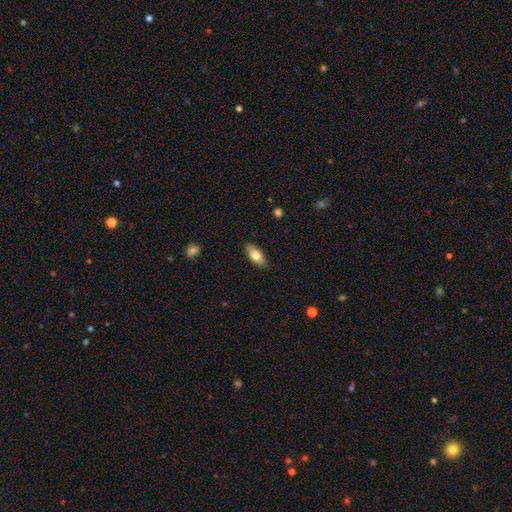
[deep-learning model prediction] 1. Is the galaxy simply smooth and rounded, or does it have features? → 73% smooth, 21% featured or disk, 6% star or artifact.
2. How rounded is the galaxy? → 81% in between, 16% cigar-shaped, 3% round.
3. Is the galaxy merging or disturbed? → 88% none, 9% minor disturbance, 2% major disturbance, 1% merger.